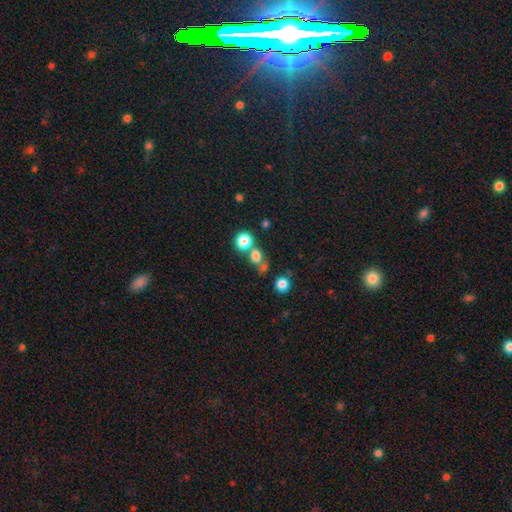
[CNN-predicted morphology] Q: Smooth or featured?
A: smooth (75%); runner-up: star or artifact (16%)
Q: How rounded?
A: round (77%); runner-up: in between (22%)
Q: Merging?
A: none (53%); runner-up: merger (34%)